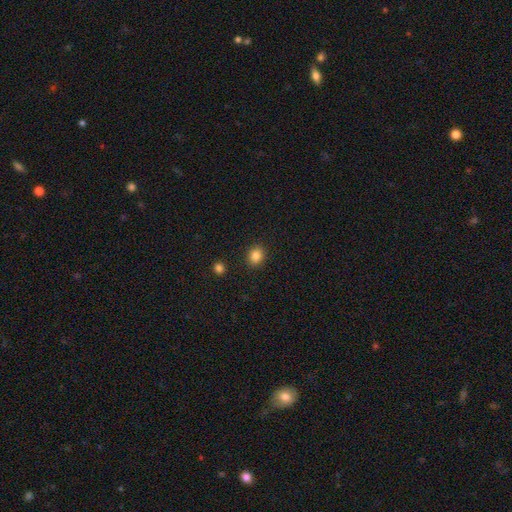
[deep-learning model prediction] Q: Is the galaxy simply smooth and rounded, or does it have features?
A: smooth — 86%.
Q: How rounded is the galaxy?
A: round — 65%.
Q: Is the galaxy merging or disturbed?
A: none — 89%.